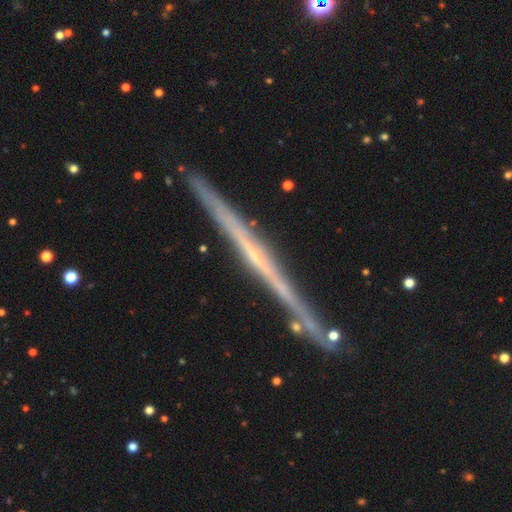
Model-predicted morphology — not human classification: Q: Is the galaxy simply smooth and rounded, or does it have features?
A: featured or disk — 77%.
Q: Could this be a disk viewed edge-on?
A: yes — 97%.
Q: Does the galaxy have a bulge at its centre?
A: none — 77%.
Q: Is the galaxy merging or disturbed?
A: none — 86%.